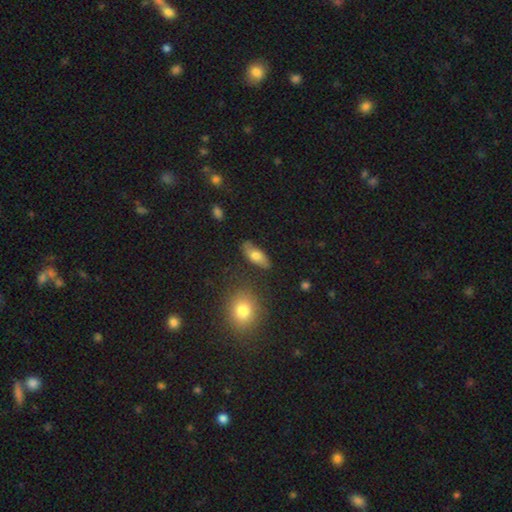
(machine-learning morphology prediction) smooth_or_featured: smooth (p=0.68) [alt: featured or disk p=0.24]
how_rounded: in between (p=0.81) [alt: cigar-shaped p=0.14]
merging: none (p=0.77) [alt: minor disturbance p=0.16]